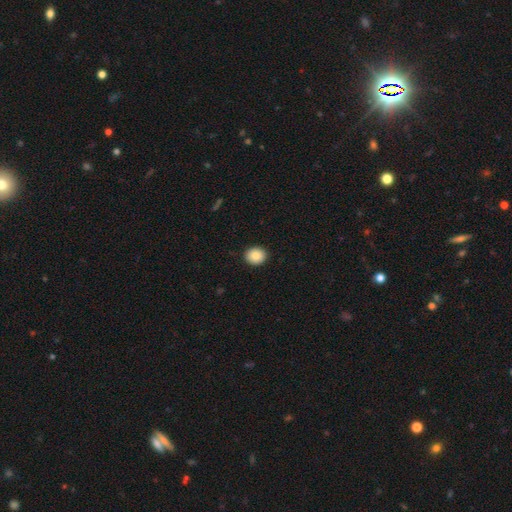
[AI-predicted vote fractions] Overall: smooth (86%). How rounded: round (74%). Merging: none (91%).